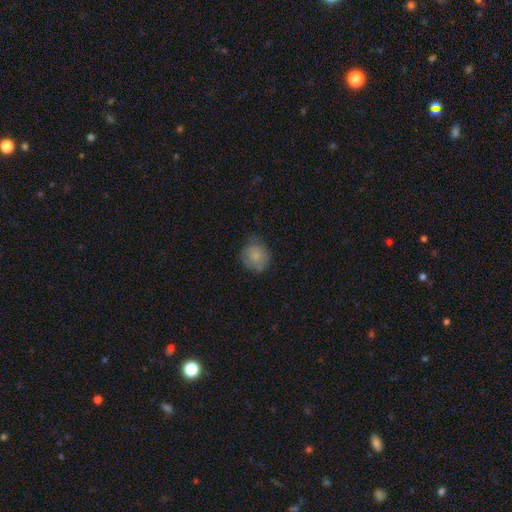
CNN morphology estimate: Overall: smooth (77%). How rounded: round (86%). Merging: none (64%; minor disturbance 27%).